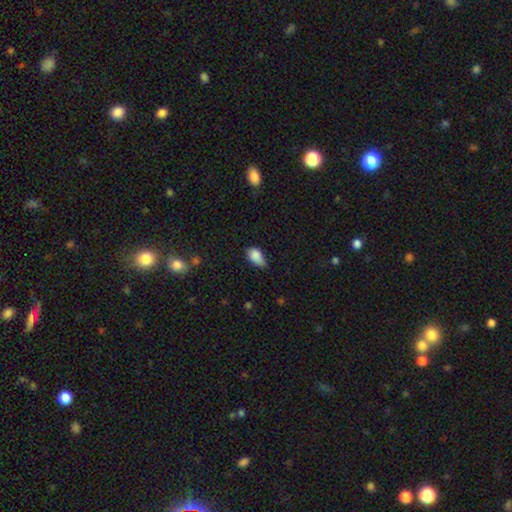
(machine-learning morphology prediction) smooth-or-featured: smooth: 85% | star or artifact: 8% | featured or disk: 6%
  how-rounded: in between: 89% | round: 8% | cigar-shaped: 3%
  merging: minor disturbance: 48% | none: 38% | major disturbance: 11% | merger: 3%